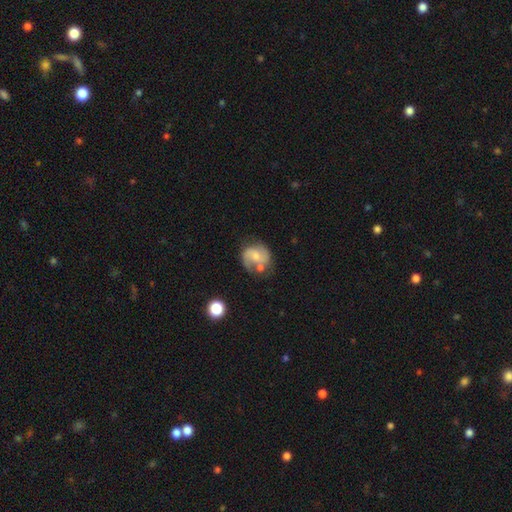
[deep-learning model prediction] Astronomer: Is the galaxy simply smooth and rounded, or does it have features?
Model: featured or disk — 71%.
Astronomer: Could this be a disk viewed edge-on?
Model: no — 98%.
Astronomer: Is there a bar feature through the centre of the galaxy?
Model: no — 55% (runner-up: weak, 37%).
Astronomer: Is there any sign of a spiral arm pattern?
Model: yes — 91%.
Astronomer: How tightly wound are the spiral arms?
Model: medium — 51% (runner-up: loose, 29%).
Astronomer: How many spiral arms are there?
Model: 2 — 84%.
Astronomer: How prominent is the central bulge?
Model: small — 44% (runner-up: moderate, 43%).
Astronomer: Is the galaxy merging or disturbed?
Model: none — 54%.